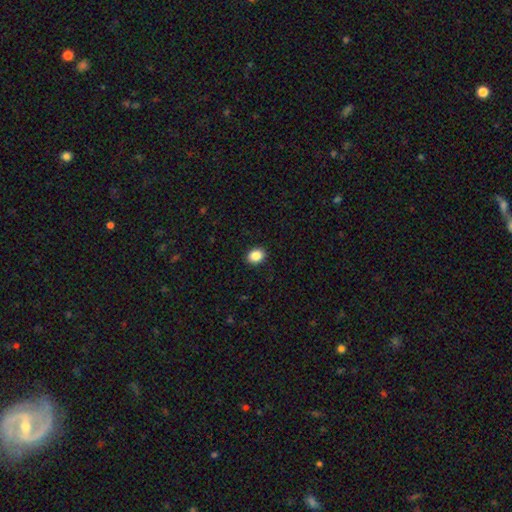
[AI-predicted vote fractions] Smooth or featured? smooth (88%)
How rounded? in between (64%)
Merging? none (91%)